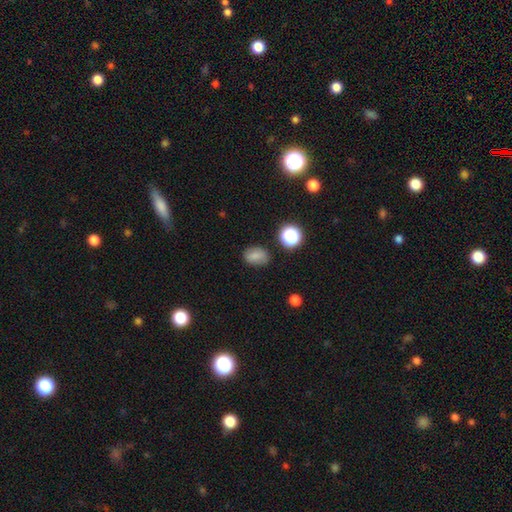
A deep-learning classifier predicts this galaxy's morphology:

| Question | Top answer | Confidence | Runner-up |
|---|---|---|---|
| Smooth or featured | smooth | 79% | star or artifact (12%) |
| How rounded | in between | 72% | round (27%) |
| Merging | none | 79% | minor disturbance (15%) |